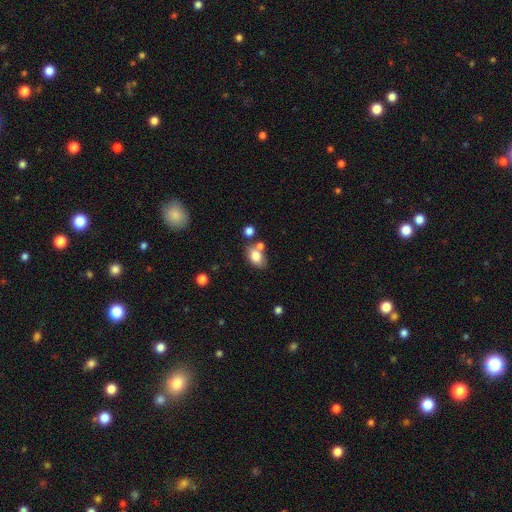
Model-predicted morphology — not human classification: Smooth or featured? Predicted: smooth (p=0.79). How rounded? Predicted: in between (p=0.78). Merging? Predicted: none (p=0.59).